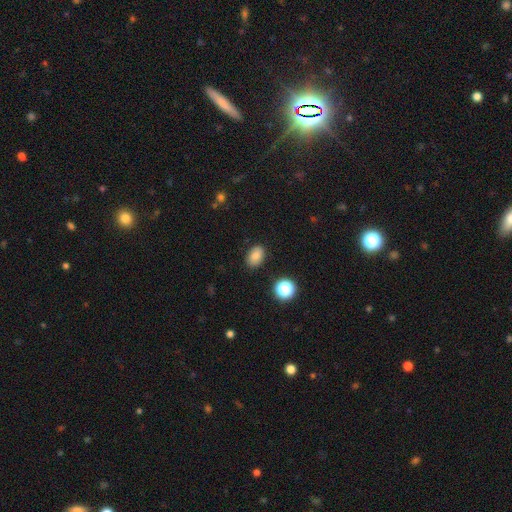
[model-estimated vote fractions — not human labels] Morphology: type=smooth (82%); roundness=in between (79%); merging=none (86%).